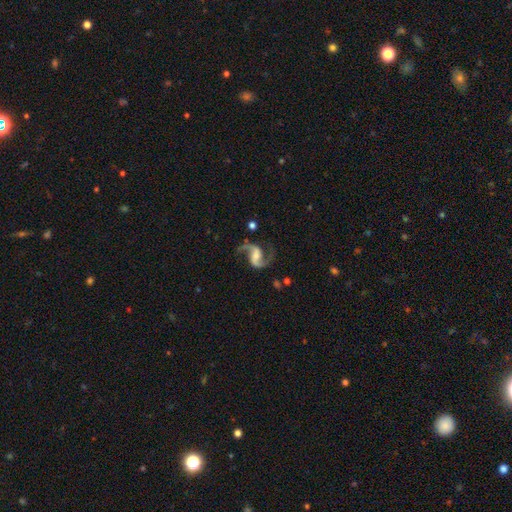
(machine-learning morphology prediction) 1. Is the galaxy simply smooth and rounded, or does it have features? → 92% featured or disk, 5% star or artifact, 4% smooth.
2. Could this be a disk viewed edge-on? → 98% no, 2% yes.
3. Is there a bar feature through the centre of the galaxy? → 42% weak, 35% no, 22% strong.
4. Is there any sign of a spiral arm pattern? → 98% yes, 2% no.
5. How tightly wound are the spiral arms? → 53% loose, 41% medium, 6% tight.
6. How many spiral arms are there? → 94% 2, 2% 1, 1% can't tell, 1% 3, 1% 4, 1% more than 4.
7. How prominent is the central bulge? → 44% small, 37% moderate, 11% none, 6% large, 2% dominant.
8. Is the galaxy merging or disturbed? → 74% none, 14% minor disturbance, 9% major disturbance, 2% merger.